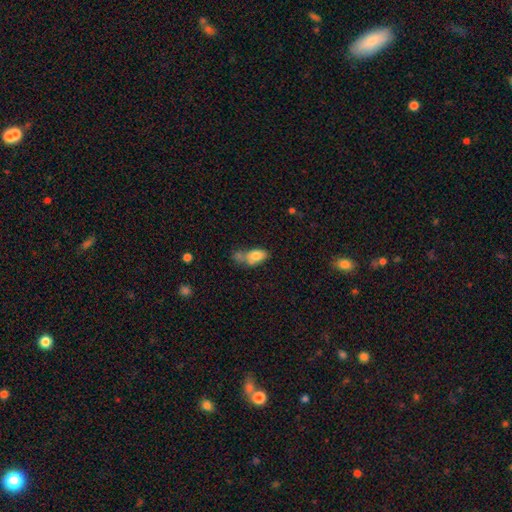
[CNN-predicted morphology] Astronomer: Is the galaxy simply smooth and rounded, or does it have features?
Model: smooth — 76%.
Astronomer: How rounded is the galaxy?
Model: in between — 86%.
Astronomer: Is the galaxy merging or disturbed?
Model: merger — 36% (runner-up: none, 28%).